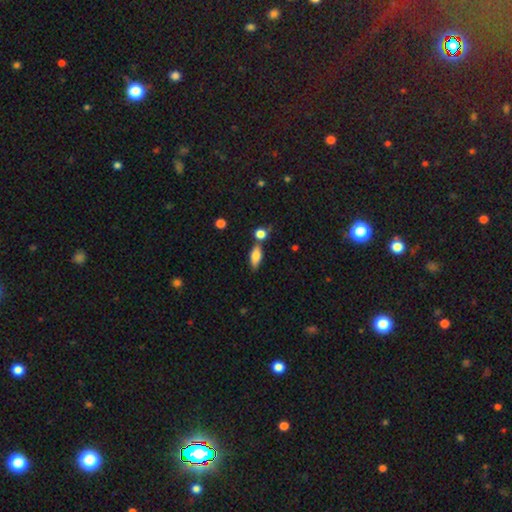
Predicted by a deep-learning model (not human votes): A smooth galaxy with no disk features (79%) that is in between round and cigar-shaped (81%).

Vote fractions:
- Smooth or featured? smooth: 79% / featured or disk: 14% / star or artifact: 8%
- How rounded? in between: 81% / cigar-shaped: 14% / round: 5%
- Merging? none: 64% / merger: 17% / minor disturbance: 15% / major disturbance: 4%